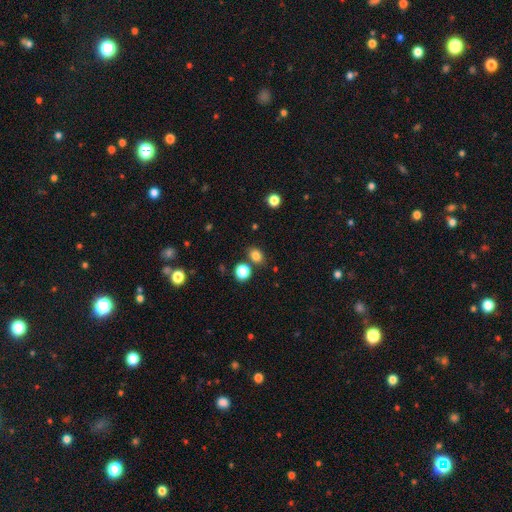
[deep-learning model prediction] Overall: smooth (81%). How rounded: in between (56%; round 43%). Merging: none (77%).